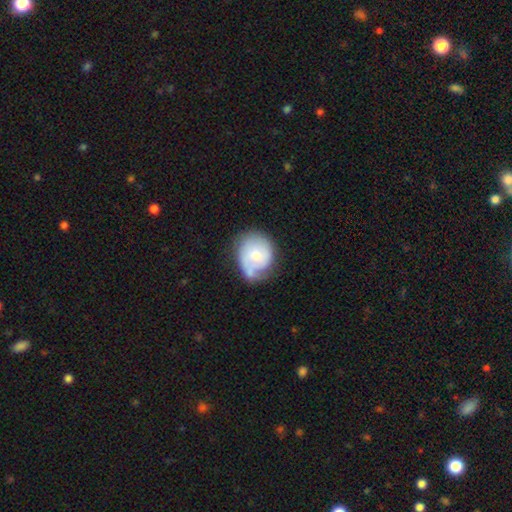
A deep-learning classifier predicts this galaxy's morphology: Smooth or featured? featured or disk (51%)
Edge-on disk? no (97%)
Merging? none (47%)